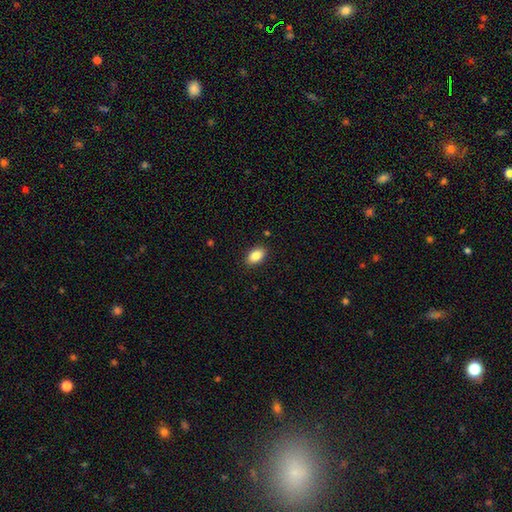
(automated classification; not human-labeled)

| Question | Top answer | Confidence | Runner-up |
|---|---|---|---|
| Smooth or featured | smooth | 87% | star or artifact (8%) |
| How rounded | in between | 90% | round (8%) |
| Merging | none | 89% | minor disturbance (8%) |